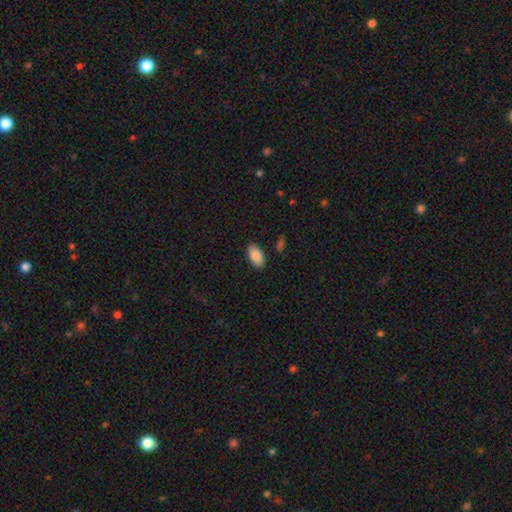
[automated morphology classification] smooth-or-featured: smooth: 88% | star or artifact: 7% | featured or disk: 5%
  how-rounded: in between: 95% | round: 3% | cigar-shaped: 2%
  merging: none: 88% | minor disturbance: 9% | major disturbance: 2% | merger: 2%